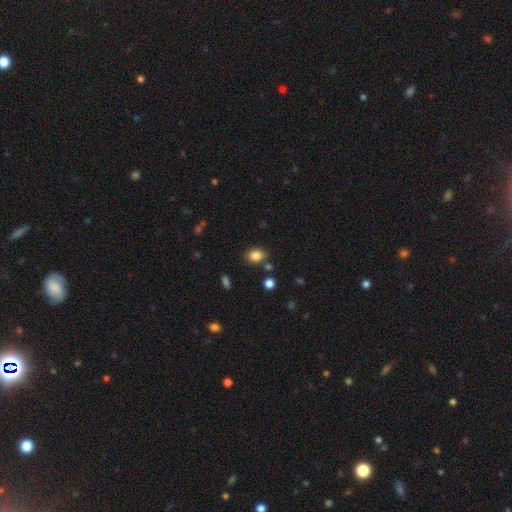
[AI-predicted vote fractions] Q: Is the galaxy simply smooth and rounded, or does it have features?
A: smooth — 85%.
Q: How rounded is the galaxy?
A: in between — 66%.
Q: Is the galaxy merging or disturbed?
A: none — 78%.